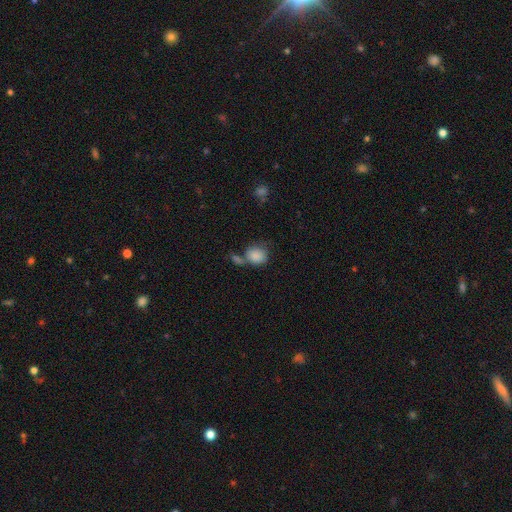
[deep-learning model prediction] Overall: smooth (86%). How rounded: round (68%; in between 31%). Merging: none (42%; merger 33%).